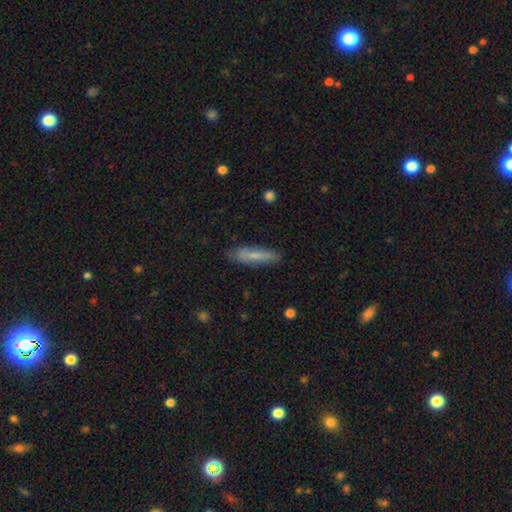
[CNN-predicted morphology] This appears to be a smooth galaxy with no disk features (74%) that is cigar-shaped (72%). Merging: none (79%).